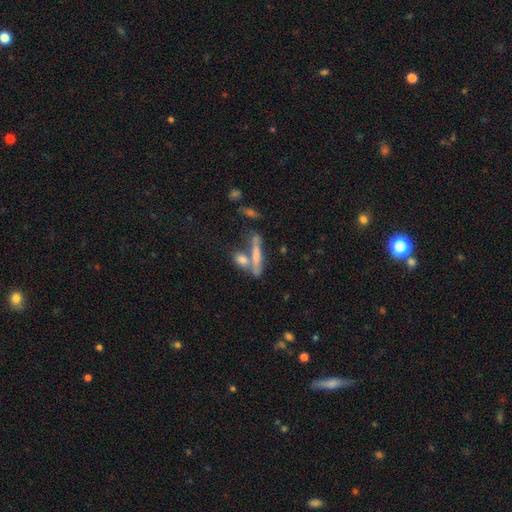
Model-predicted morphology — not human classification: A smooth galaxy with no disk features (47%).

Vote fractions:
- Smooth or featured? smooth: 47% / featured or disk: 39% / star or artifact: 13%
- Merging? none: 54% / merger: 29% / minor disturbance: 11% / major disturbance: 6%